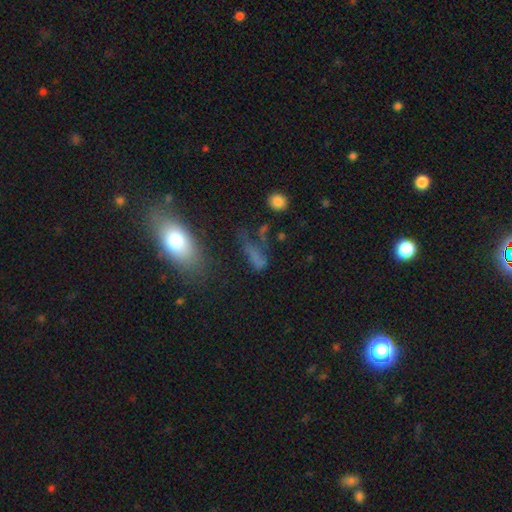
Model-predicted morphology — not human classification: Smooth or featured: smooth — 58% (star or artifact — 22%)
How rounded: in between — 53% (cigar-shaped — 33%)
Merging: none — 40% (major disturbance — 27%)